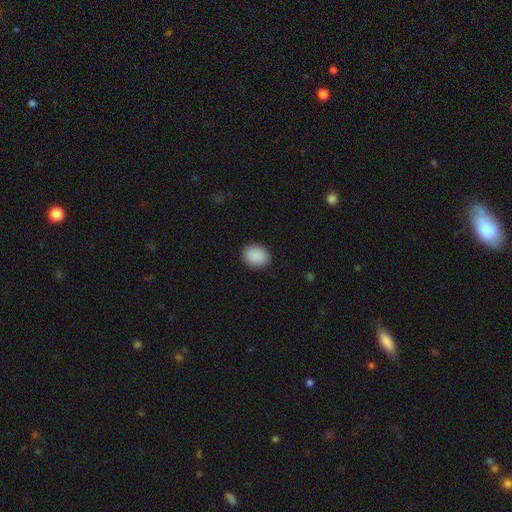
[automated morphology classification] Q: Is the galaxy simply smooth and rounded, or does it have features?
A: smooth — 90%.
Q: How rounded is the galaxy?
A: in between — 50%.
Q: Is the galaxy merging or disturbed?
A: none — 89%.